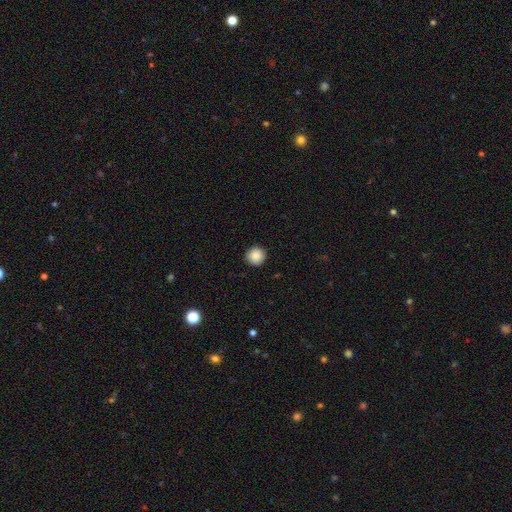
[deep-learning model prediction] Overall: smooth (87%). How rounded: round (94%). Merging: none (92%).